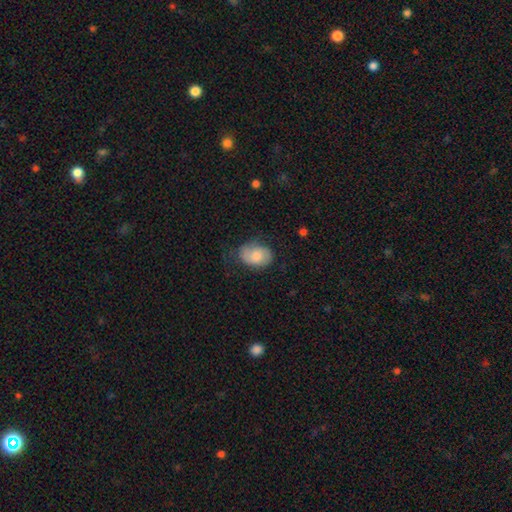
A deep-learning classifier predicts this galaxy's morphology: smooth_or_featured: smooth (p=0.67) [alt: featured or disk p=0.26]
how_rounded: in between (p=0.77) [alt: round p=0.22]
merging: none (p=0.59) [alt: minor disturbance p=0.28]